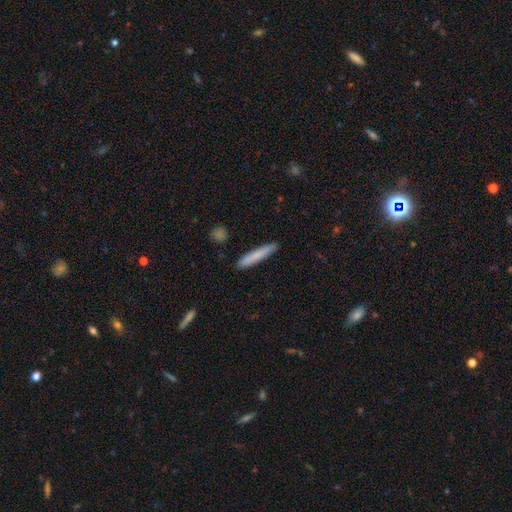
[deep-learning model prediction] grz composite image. It shows a smooth galaxy with no disk features (79%) that is cigar-shaped (93%). Merging: none (89%).